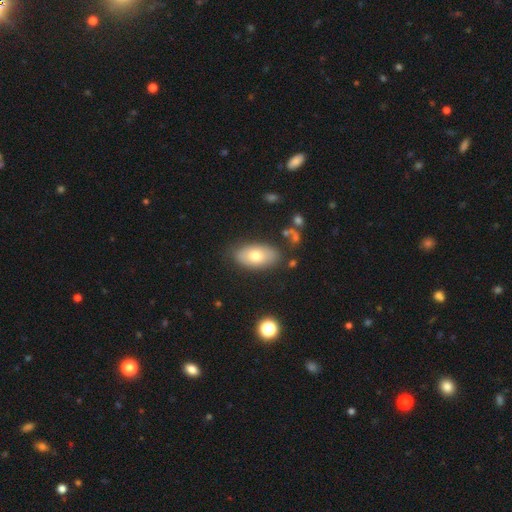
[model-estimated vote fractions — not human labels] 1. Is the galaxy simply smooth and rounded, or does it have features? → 70% smooth, 23% featured or disk, 8% star or artifact.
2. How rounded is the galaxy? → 92% in between, 5% round, 3% cigar-shaped.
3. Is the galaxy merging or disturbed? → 81% none, 13% minor disturbance, 3% major disturbance, 3% merger.